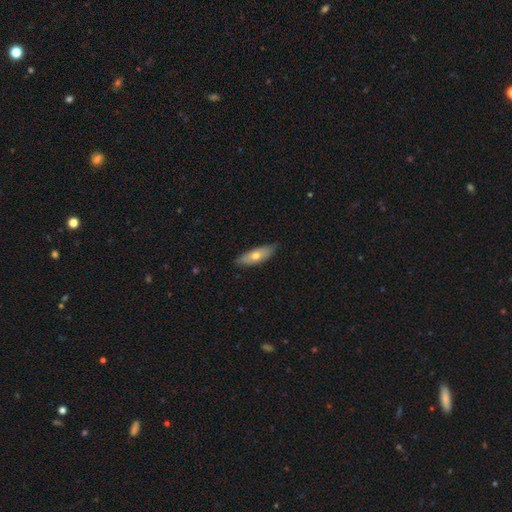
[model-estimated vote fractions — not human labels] This appears to be a smooth galaxy with no disk features (64%) that is in between round and cigar-shaped (62%). Merging: none (81%).